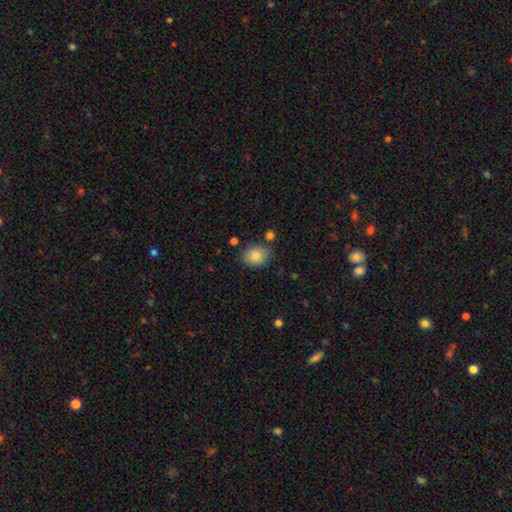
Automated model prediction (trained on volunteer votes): smooth-or-featured: smooth: 84% | star or artifact: 8% | featured or disk: 8%
  how-rounded: in between: 67% | round: 32% | cigar-shaped: 1%
  merging: none: 75% | minor disturbance: 16% | merger: 5% | major disturbance: 4%